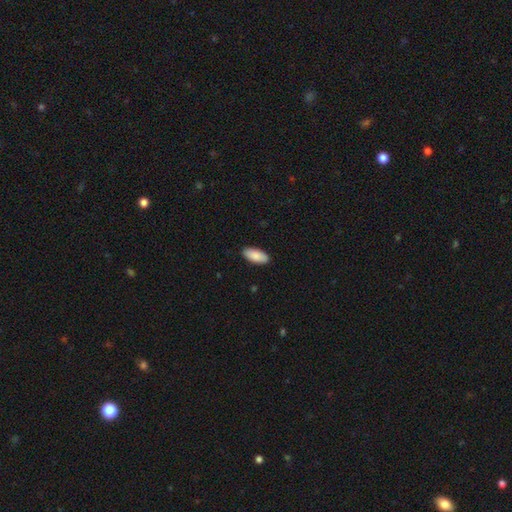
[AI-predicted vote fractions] This is clearly a smooth galaxy (89%). How rounded: clearly in between (90%). Merging: clearly none (90%).